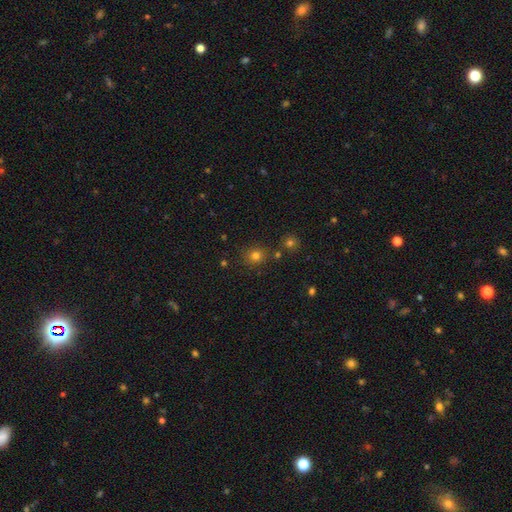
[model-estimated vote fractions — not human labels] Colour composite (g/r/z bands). It shows a smooth galaxy with no disk features (75%) that is round (87%). Merging: none (81%).